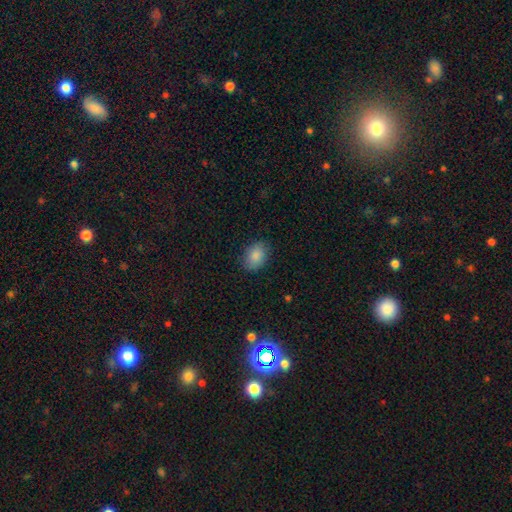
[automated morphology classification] Smooth or featured: smooth — 87% (star or artifact — 7%)
How rounded: in between — 77% (round — 22%)
Merging: none — 84% (minor disturbance — 12%)